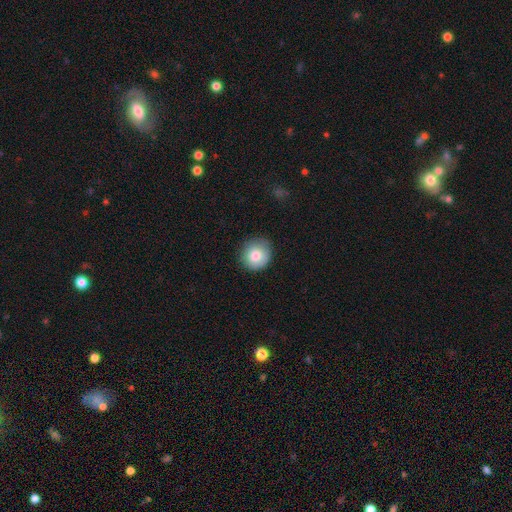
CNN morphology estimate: Smooth or featured? Predicted: smooth (p=0.82). How rounded? Predicted: round (p=0.89). Merging? Predicted: none (p=0.81).